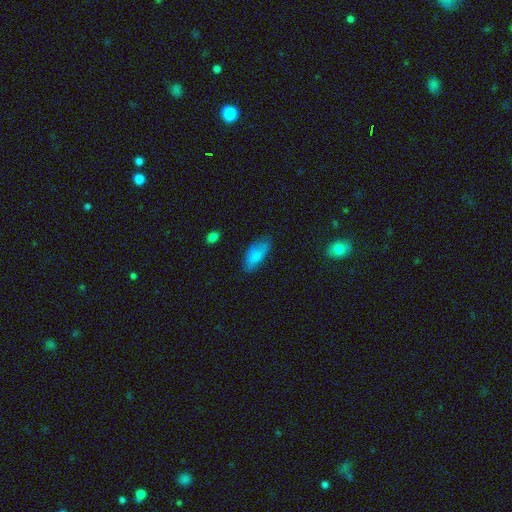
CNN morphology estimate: smooth-or-featured: smooth: 80% | featured or disk: 13% | star or artifact: 7%
  how-rounded: in between: 86% | cigar-shaped: 12% | round: 2%
  merging: none: 67% | minor disturbance: 24% | major disturbance: 7% | merger: 2%